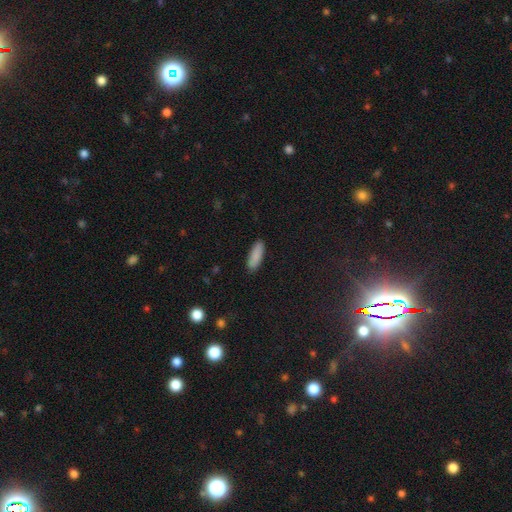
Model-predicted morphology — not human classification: This is clearly a smooth galaxy (89%). How rounded: possibly in between (55%). Merging: clearly none (89%).